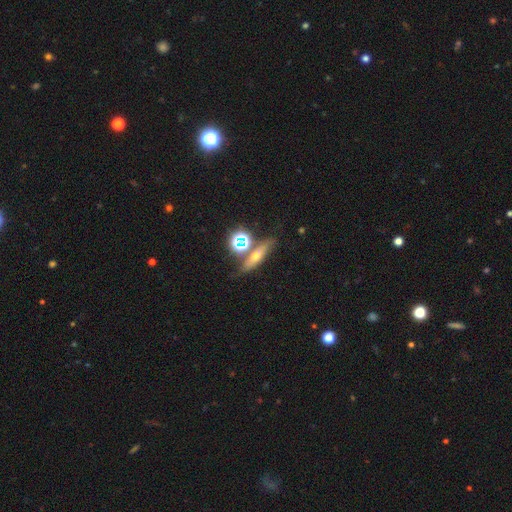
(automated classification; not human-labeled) This is marginally a smooth galaxy (40%). Merging: likely none (65%).